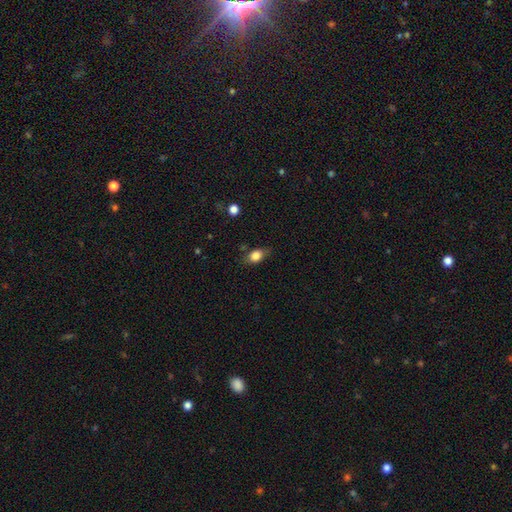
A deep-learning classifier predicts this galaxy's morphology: This appears to be a smooth galaxy with no disk features (83%) that is in between round and cigar-shaped (74%). Merging: none (71%).